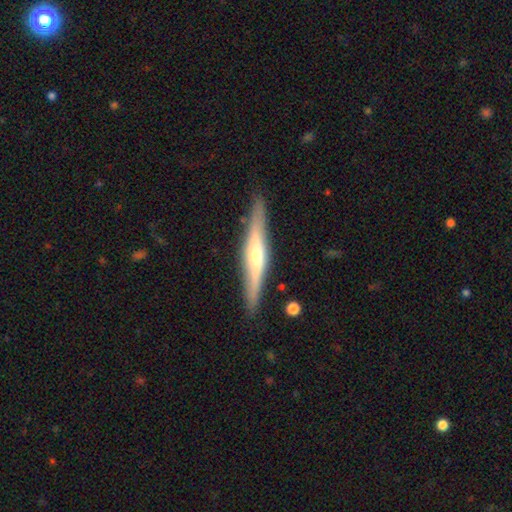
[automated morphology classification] A featured or disk galaxy (68%) viewed edge-on (96%) with a rounded central bulge (82%). Merging: none (89%).